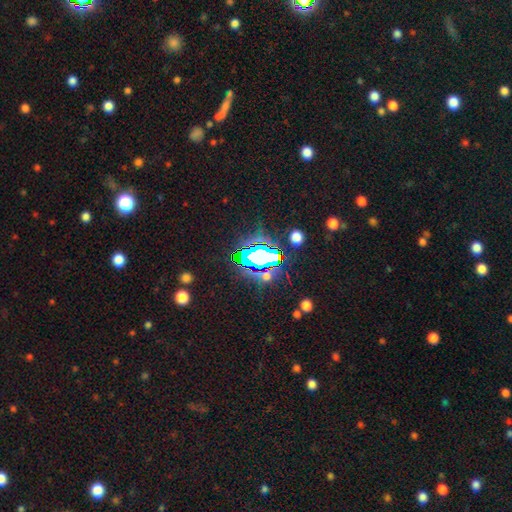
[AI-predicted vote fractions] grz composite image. It shows a star or artifact, not a galaxy (74%).